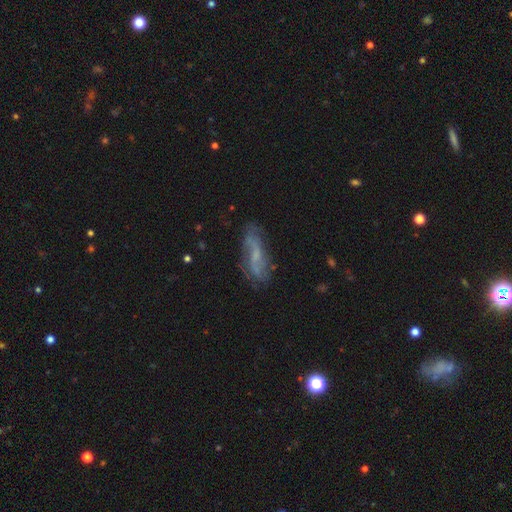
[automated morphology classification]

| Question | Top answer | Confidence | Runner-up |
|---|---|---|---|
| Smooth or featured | featured or disk | 63% | smooth (28%) |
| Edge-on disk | no | 82% | yes (18%) |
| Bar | no | 43% | weak (42%) |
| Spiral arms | yes | 81% | no (19%) |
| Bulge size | small | 47% | none (27%) |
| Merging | none | 68% | minor disturbance (20%) |